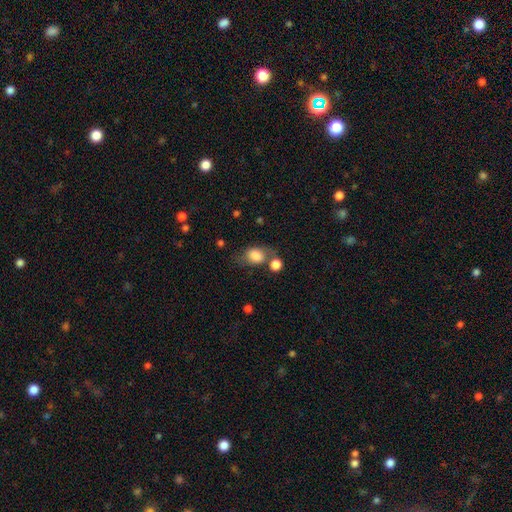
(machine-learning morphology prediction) Overall: smooth (78%). How rounded: in between (64%; round 34%). Merging: none (50%; minor disturbance 21%).